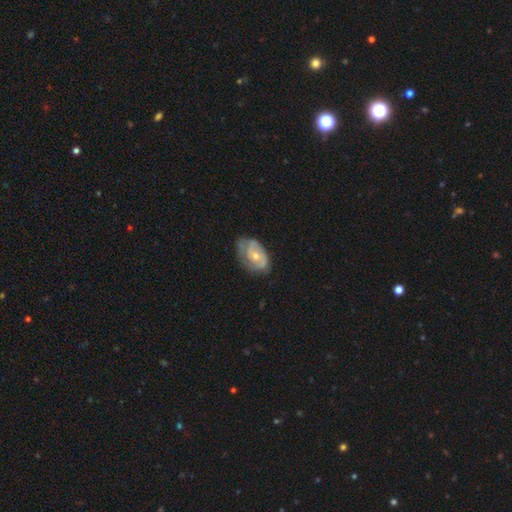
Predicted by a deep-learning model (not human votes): A featured or disk galaxy (64%) with no bar (74%), spiral arms (75%) and a moderate central bulge (53%). Merging: none (54%).